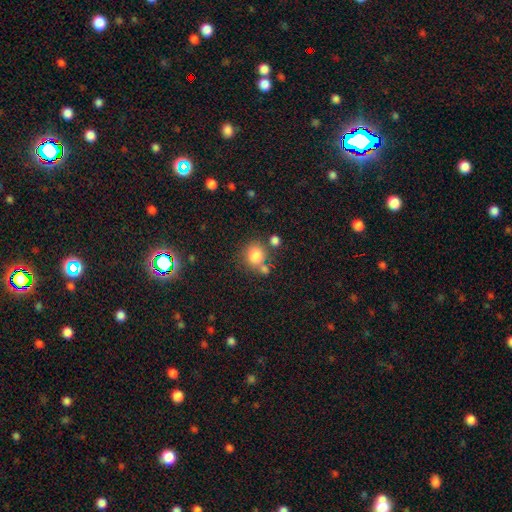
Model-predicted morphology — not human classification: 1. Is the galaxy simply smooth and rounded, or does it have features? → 82% smooth, 11% star or artifact, 7% featured or disk.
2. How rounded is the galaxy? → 85% round, 14% in between, 1% cigar-shaped.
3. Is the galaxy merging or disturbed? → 63% none, 20% merger, 12% minor disturbance, 5% major disturbance.